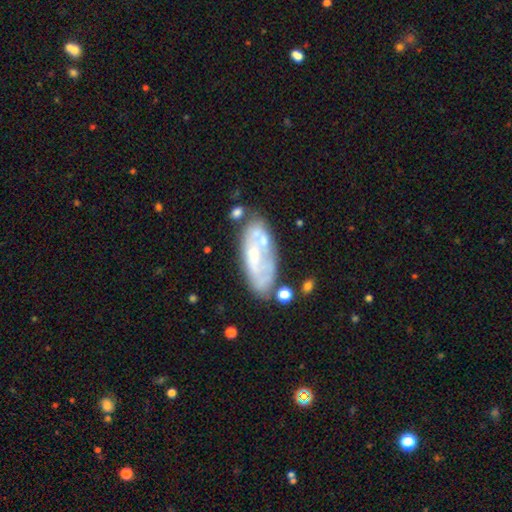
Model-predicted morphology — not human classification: Smooth or featured?
  - featured or disk: 59% *
  - smooth: 34%
  - star or artifact: 7%
Edge-on disk?
  - no: 88% *
  - yes: 12%
Bar?
  - no: 71% *
  - weak: 21%
  - strong: 7%
Spiral arms?
  - no: 62% *
  - yes: 38%
Bulge size?
  - small: 35% *
  - moderate: 34%
  - none: 24%
  - large: 6%
  - dominant: 2%
Merging?
  - none: 57% *
  - minor disturbance: 22%
  - major disturbance: 11%
  - merger: 11%